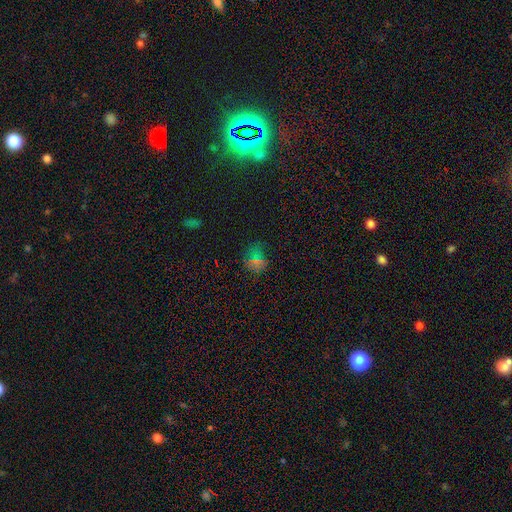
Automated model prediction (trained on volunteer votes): Smooth or featured?
  - smooth: 49% *
  - star or artifact: 41%
  - featured or disk: 10%
Merging?
  - none: 62% *
  - minor disturbance: 22%
  - major disturbance: 11%
  - merger: 4%